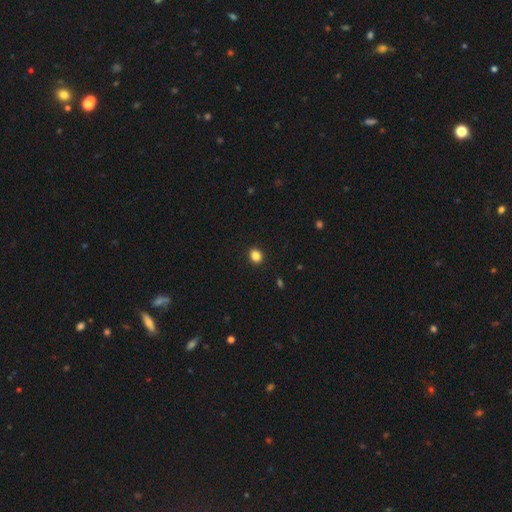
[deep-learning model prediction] This is clearly a smooth galaxy (86%). How rounded: likely round (64%). Merging: clearly none (92%).